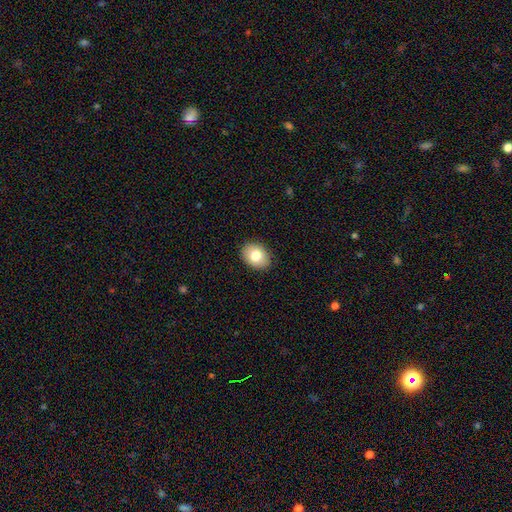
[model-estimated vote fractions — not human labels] This is clearly a smooth galaxy (80%). How rounded: likely in between (66%). Merging: clearly none (90%).